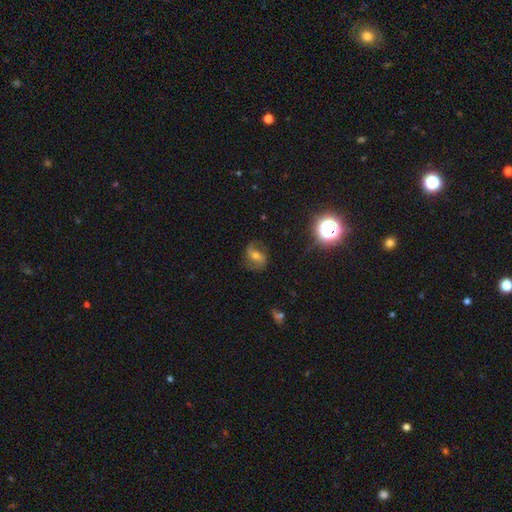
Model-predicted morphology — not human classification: Smooth or featured?
  - featured or disk: 62% *
  - smooth: 24%
  - star or artifact: 14%
Edge-on disk?
  - no: 95% *
  - yes: 5%
Bar?
  - weak: 37% *
  - no: 34%
  - strong: 29%
Spiral arms?
  - yes: 87% *
  - no: 13%
Spiral winding?
  - loose: 50% *
  - medium: 36%
  - tight: 14%
Spiral arm count?
  - 2: 82% *
  - can't tell: 7%
  - 1: 7%
  - 3: 2%
  - 4: 1%
  - more than 4: 1%
Bulge size?
  - moderate: 55% *
  - small: 38%
  - large: 4%
  - none: 2%
  - dominant: 1%
Merging?
  - none: 72% *
  - minor disturbance: 18%
  - major disturbance: 9%
  - merger: 1%